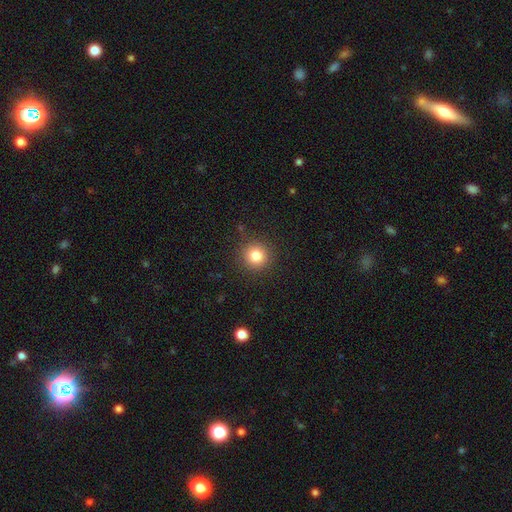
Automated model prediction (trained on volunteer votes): The model was most divided on "smooth or featured": smooth: 82%, star or artifact: 12%, featured or disk: 7%. More confident: how rounded — round (94%); merging — none (89%).